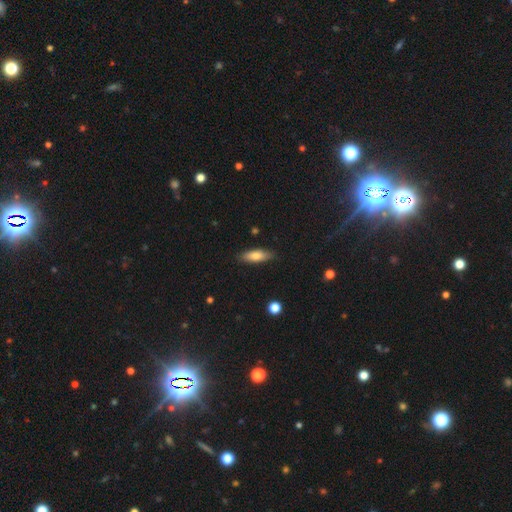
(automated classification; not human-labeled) Morphology: type=smooth (75%); roundness=in between (56%); merging=none (85%).